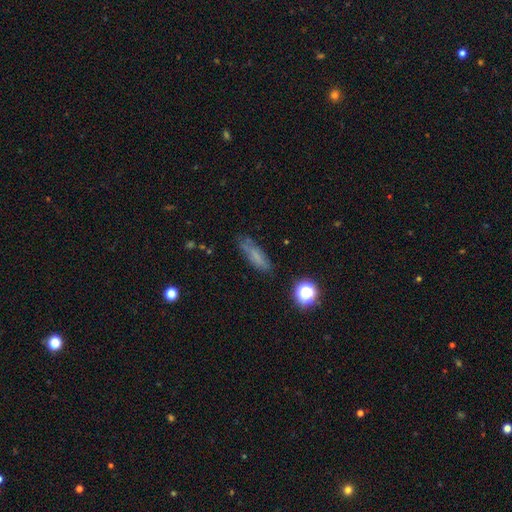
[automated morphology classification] A smooth galaxy with no disk features (63%) that is cigar-shaped (52%). Merging: none (71%).